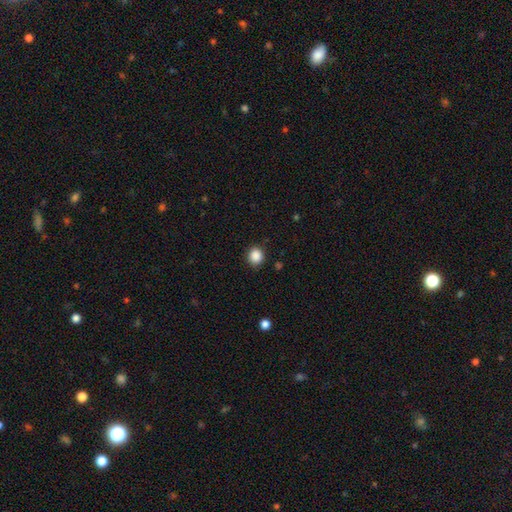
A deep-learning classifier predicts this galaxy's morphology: This is clearly a smooth galaxy (87%). How rounded: clearly round (84%). Merging: clearly none (88%).